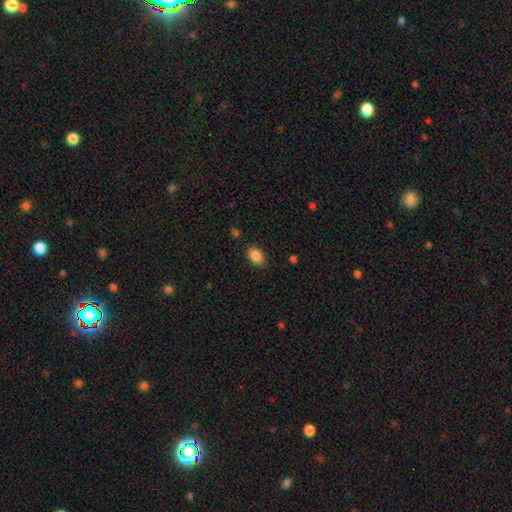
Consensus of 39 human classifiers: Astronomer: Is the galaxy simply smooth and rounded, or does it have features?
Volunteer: smooth — 87%.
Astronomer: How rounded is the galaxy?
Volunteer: in between — 94%.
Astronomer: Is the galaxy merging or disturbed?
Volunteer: none — 83%.